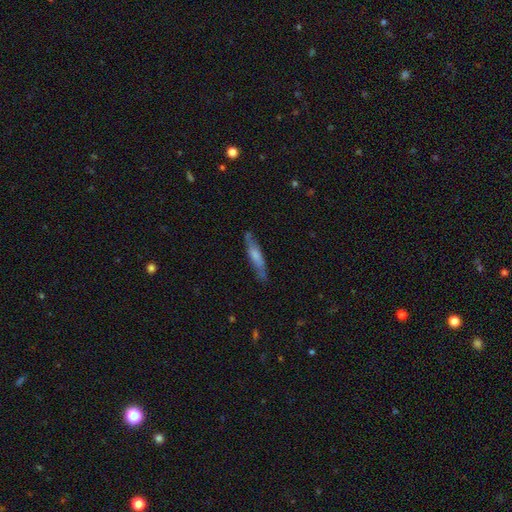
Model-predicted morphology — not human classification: Smooth or featured: smooth — 54% (featured or disk — 40%)
How rounded: cigar-shaped — 85% (in between — 14%)
Merging: none — 76% (minor disturbance — 18%)